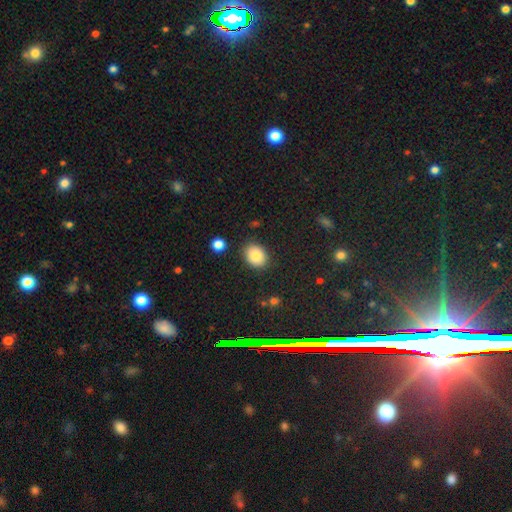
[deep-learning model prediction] Overall: smooth (86%). How rounded: in between (58%; round 41%). Merging: none (86%).